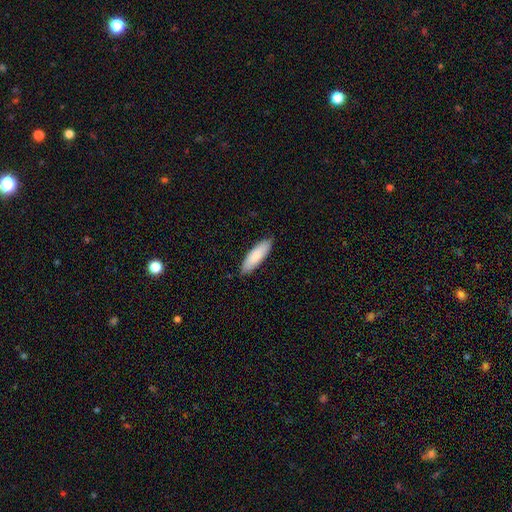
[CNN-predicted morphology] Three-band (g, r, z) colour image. It shows a smooth galaxy with no disk features (86%) that is cigar-shaped (49%, tied with in between). Merging: none (86%).